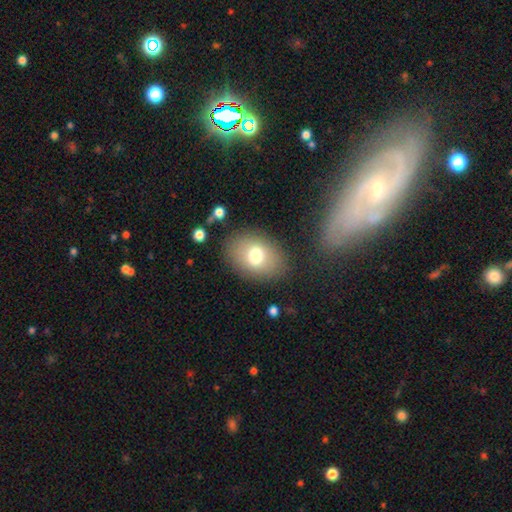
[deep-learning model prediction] This is likely a smooth galaxy (74%). How rounded: likely in between (74%). Merging: clearly none (83%).